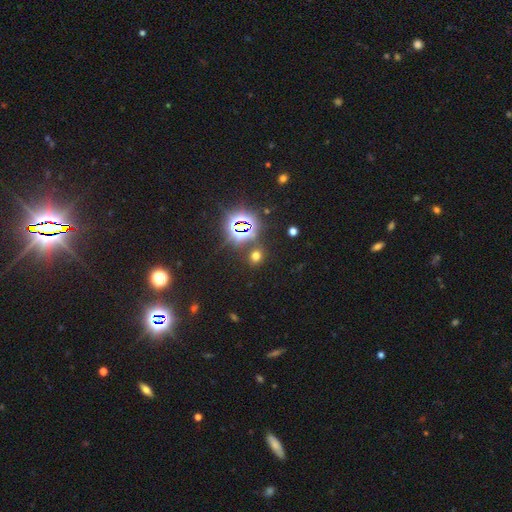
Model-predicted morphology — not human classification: smooth-or-featured: smooth: 52% | star or artifact: 41% | featured or disk: 7%
  how-rounded: round: 64% | in between: 34% | cigar-shaped: 2%
  merging: none: 82% | minor disturbance: 8% | merger: 5% | major disturbance: 4%